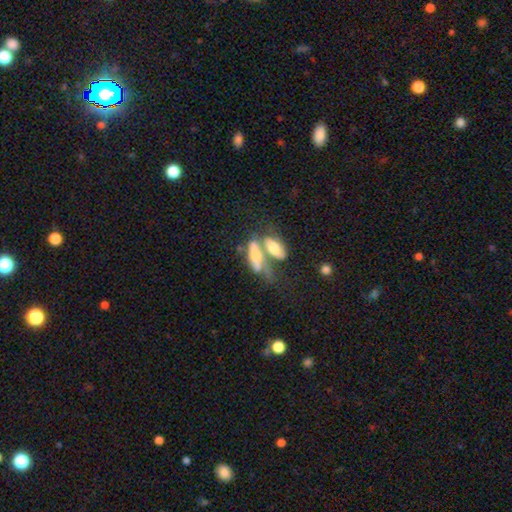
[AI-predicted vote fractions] smooth_or_featured: smooth (p=0.51) [alt: featured or disk p=0.42]
how_rounded: in between (p=0.58) [alt: cigar-shaped p=0.39]
merging: merger (p=0.60) [alt: none p=0.22]